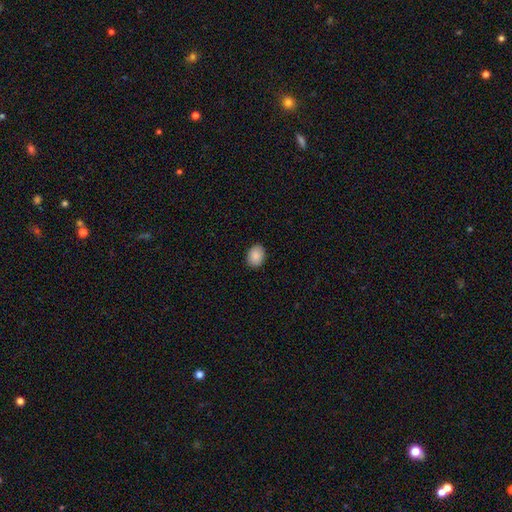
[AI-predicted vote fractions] Smooth or featured? Predicted: smooth (p=0.89). How rounded? Predicted: in between (p=0.60). Merging? Predicted: none (p=0.90).